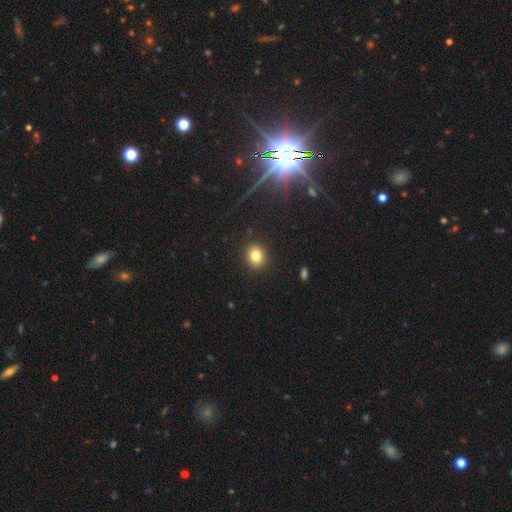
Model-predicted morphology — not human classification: smooth-or-featured: smooth: 81% | star or artifact: 12% | featured or disk: 8%
  how-rounded: round: 65% | in between: 34% | cigar-shaped: 1%
  merging: none: 89% | minor disturbance: 7% | major disturbance: 2% | merger: 1%